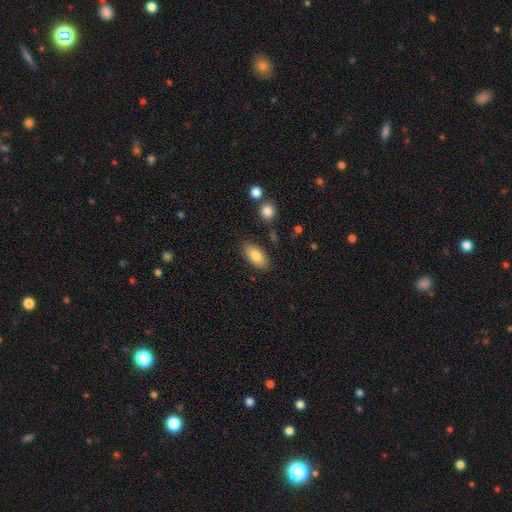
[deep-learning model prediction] This is clearly a smooth galaxy (82%). How rounded: clearly in between (90%). Merging: clearly none (84%).